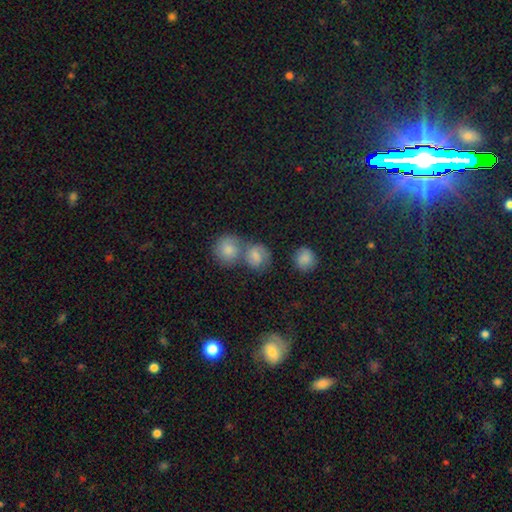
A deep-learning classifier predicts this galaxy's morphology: The model was most divided on "merging": merger: 46%, none: 37%, minor disturbance: 11%, major disturbance: 6%. More confident: smooth or featured — smooth (70%); how rounded — round (68%).